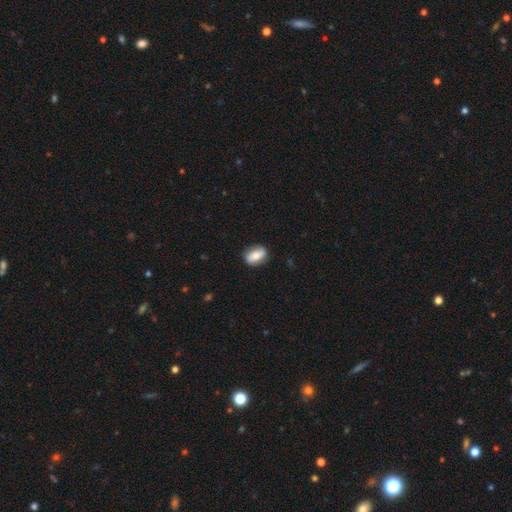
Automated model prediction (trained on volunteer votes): Smooth or featured: smooth — 55% (featured or disk — 38%)
How rounded: in between — 78% (round — 19%)
Merging: none — 82% (minor disturbance — 14%)